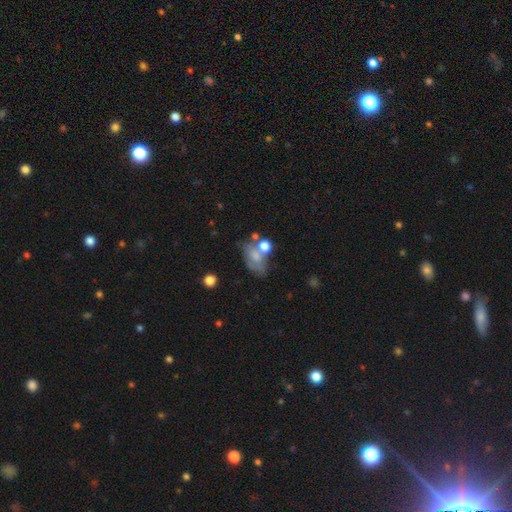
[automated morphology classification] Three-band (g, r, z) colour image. It shows a smooth galaxy with no disk features (59%) that is in between round and cigar-shaped (78%). Merging: merger (30%, tied with none).